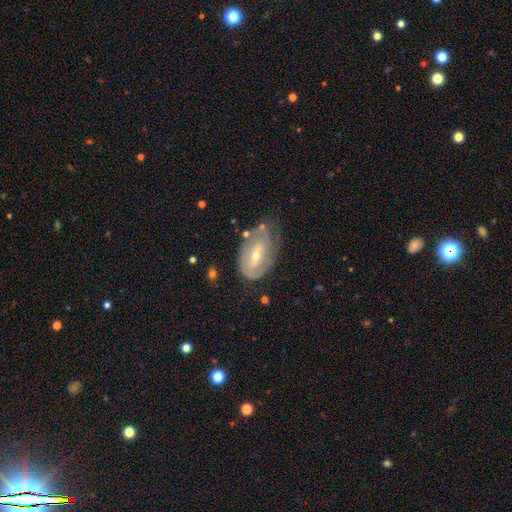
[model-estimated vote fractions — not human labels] The model was most divided on "bulge size": small: 51%, moderate: 46%, large: 2%, none: 1%, dominant: 1%. Remaining: edge-on disk — no (93%); spiral arms — yes (77%); smooth or featured — featured or disk (72%); spiral winding — tight (59%); merging — none (52%); bar — weak (46%); spiral arm count — 2 (41%).